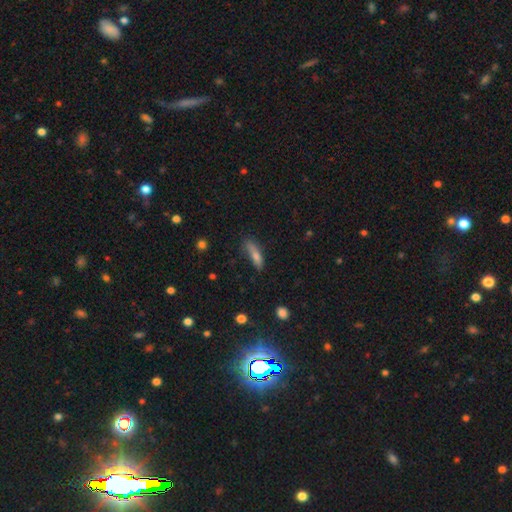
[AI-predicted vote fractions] A smooth galaxy with no disk features (64%) that is cigar-shaped (68%).

Vote fractions:
- Smooth or featured? smooth: 64% / featured or disk: 24% / star or artifact: 12%
- How rounded? cigar-shaped: 68% / in between: 28% / round: 3%
- Merging? none: 63% / minor disturbance: 25% / major disturbance: 9% / merger: 4%